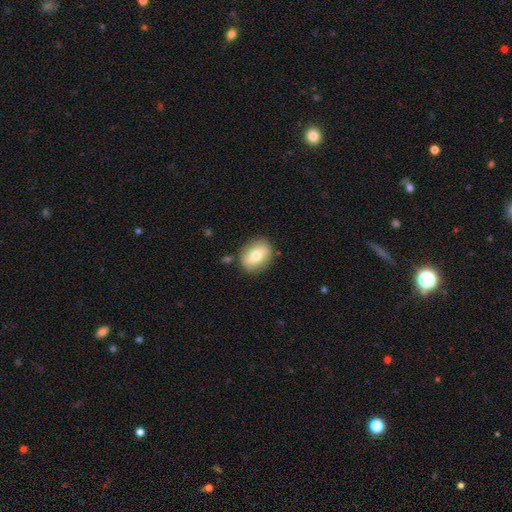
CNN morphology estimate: smooth_or_featured: smooth (p=0.62) [alt: featured or disk p=0.30]
how_rounded: in between (p=0.59) [alt: round p=0.39]
merging: none (p=0.84) [alt: minor disturbance p=0.11]